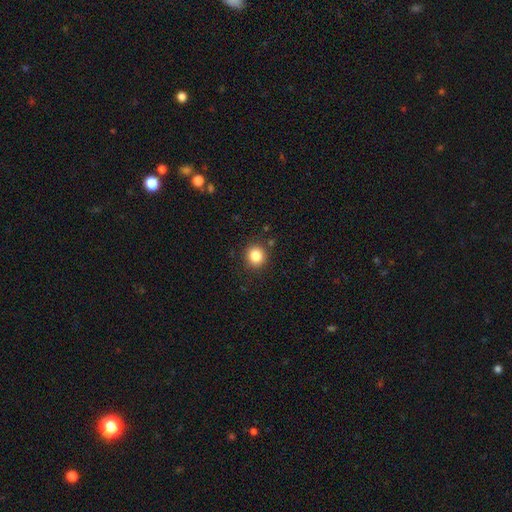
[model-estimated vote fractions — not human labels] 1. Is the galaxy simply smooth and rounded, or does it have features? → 84% smooth, 11% star or artifact, 5% featured or disk.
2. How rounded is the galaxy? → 90% round, 9% in between, 1% cigar-shaped.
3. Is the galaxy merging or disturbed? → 89% none, 7% minor disturbance, 2% major disturbance, 2% merger.